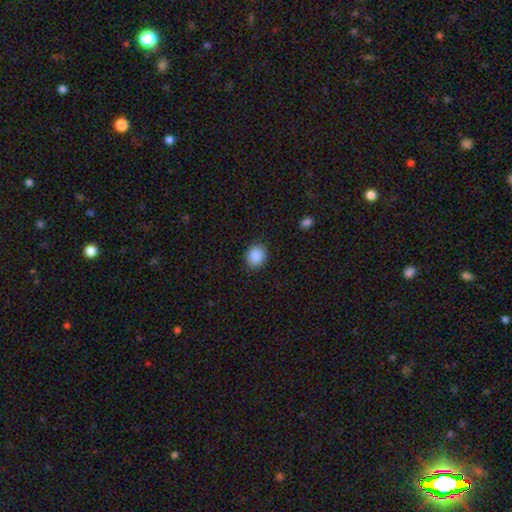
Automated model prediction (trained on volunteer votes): This appears to be a smooth galaxy with no disk features (89%) that is round (58%). Merging: none (88%).